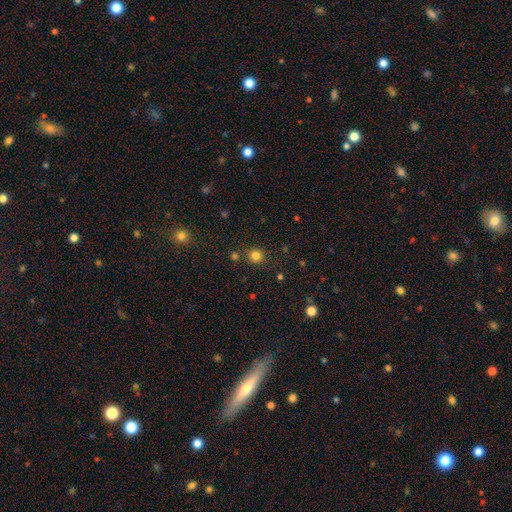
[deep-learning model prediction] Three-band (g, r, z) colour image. It shows a smooth galaxy with no disk features (81%) that is round (91%). Merging: none (83%).